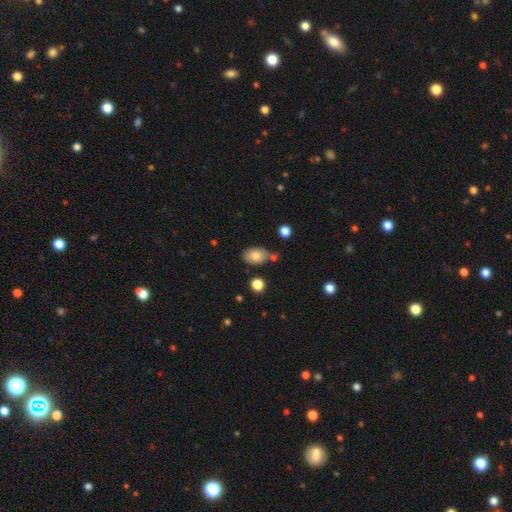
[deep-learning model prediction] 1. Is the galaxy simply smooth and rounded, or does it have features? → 81% smooth, 11% featured or disk, 8% star or artifact.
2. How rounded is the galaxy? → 86% in between, 13% round, 1% cigar-shaped.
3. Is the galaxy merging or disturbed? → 74% none, 14% minor disturbance, 8% merger, 3% major disturbance.